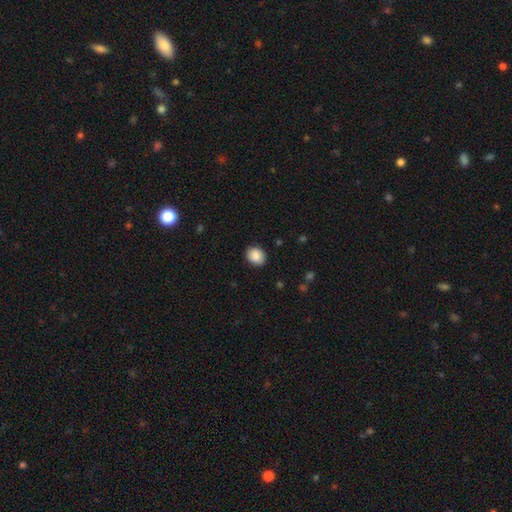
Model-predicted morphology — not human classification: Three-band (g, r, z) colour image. It shows a smooth galaxy with no disk features (88%) that is round (51%). Merging: none (89%).